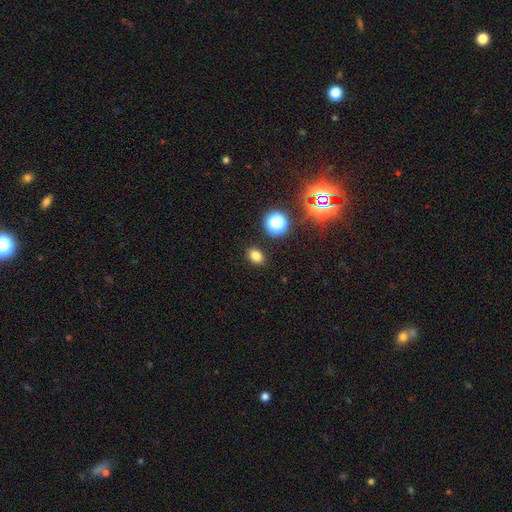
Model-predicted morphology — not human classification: smooth_or_featured: smooth (p=0.79) [alt: star or artifact p=0.16]
how_rounded: in between (p=0.72) [alt: round p=0.26]
merging: none (p=0.88) [alt: minor disturbance p=0.08]